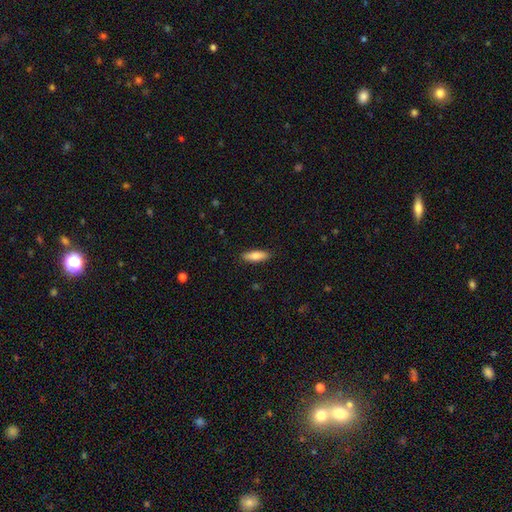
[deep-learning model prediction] This appears to be a smooth galaxy with no disk features (79%) that is in between round and cigar-shaped (52%). Merging: none (88%).